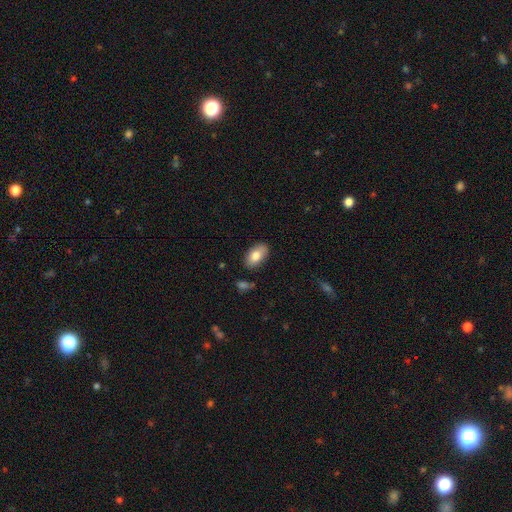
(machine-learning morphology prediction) smooth 80%, featured or disk 13%, star or artifact 7%. Down the decision tree: how rounded — in between (94%); merging — none (84%).